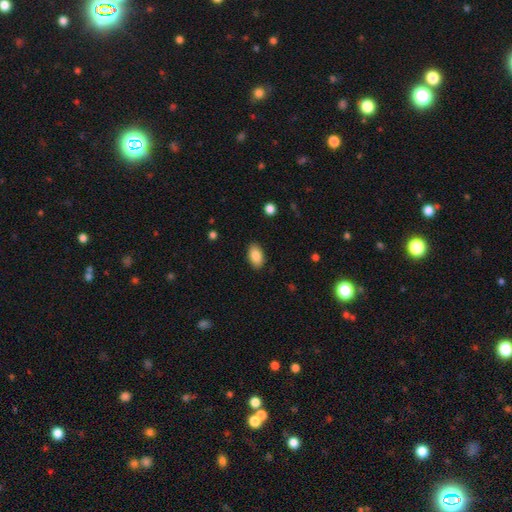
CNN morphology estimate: Q: Smooth or featured?
A: smooth (87%); runner-up: star or artifact (7%)
Q: How rounded?
A: in between (92%); runner-up: round (6%)
Q: Merging?
A: none (88%); runner-up: minor disturbance (9%)